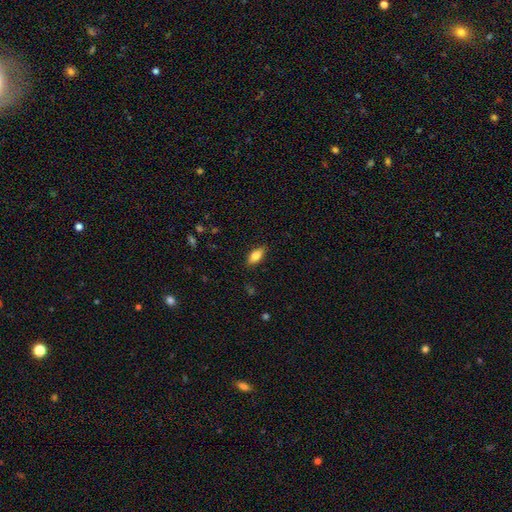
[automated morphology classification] smooth_or_featured: smooth (p=0.76) [alt: featured or disk p=0.17]
how_rounded: in between (p=0.84) [alt: cigar-shaped p=0.12]
merging: none (p=0.86) [alt: minor disturbance p=0.11]